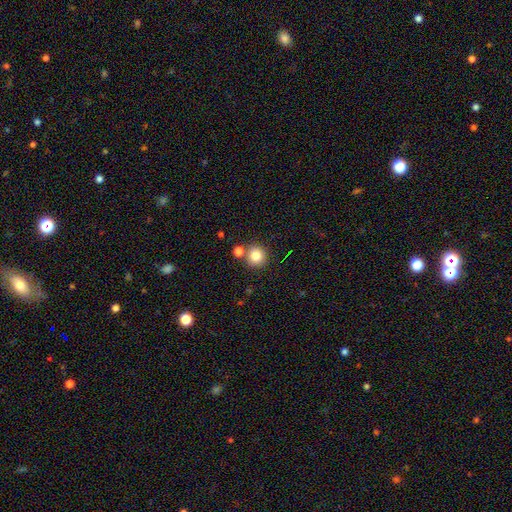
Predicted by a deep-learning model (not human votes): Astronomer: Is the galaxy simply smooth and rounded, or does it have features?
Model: smooth — 82%.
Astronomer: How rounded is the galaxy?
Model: round — 93%.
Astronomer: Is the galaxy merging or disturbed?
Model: none — 77%.